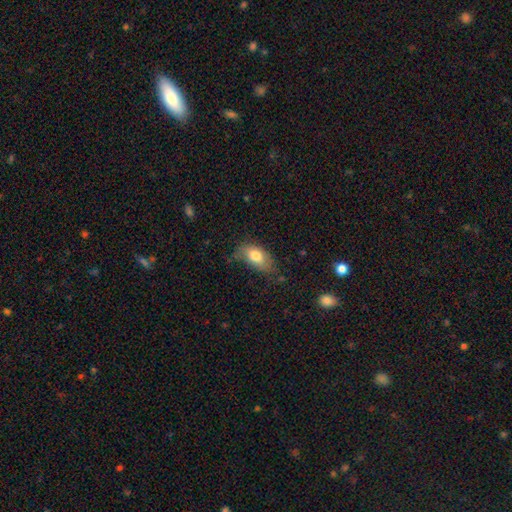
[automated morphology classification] Overall: smooth (77%). How rounded: in between (90%). Merging: none (52%; minor disturbance 35%).